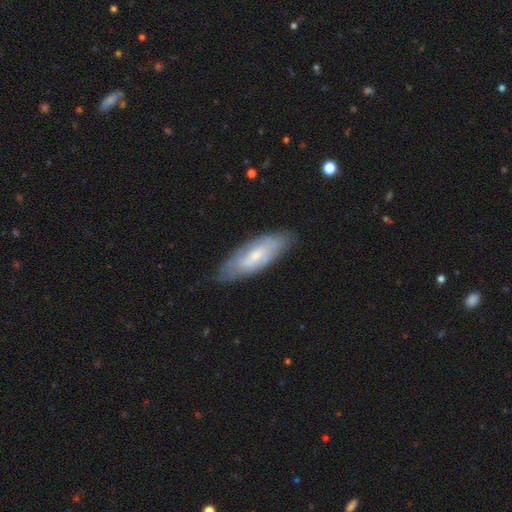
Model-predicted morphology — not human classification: Smooth or featured? Predicted: featured or disk (p=0.52). Edge-on disk? Predicted: no (p=0.75). Merging? Predicted: none (p=0.76).